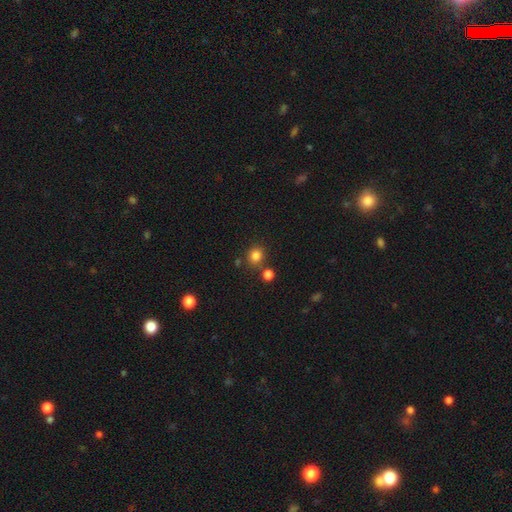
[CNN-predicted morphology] Q: Smooth or featured?
A: smooth (82%); runner-up: star or artifact (13%)
Q: How rounded?
A: round (82%); runner-up: in between (17%)
Q: Merging?
A: none (75%); runner-up: merger (12%)